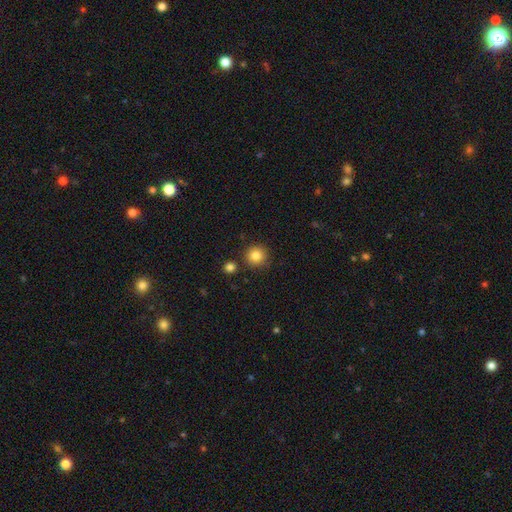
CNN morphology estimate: smooth 85%, star or artifact 11%, featured or disk 5%. Down the decision tree: how rounded — round (94%); merging — none (85%).